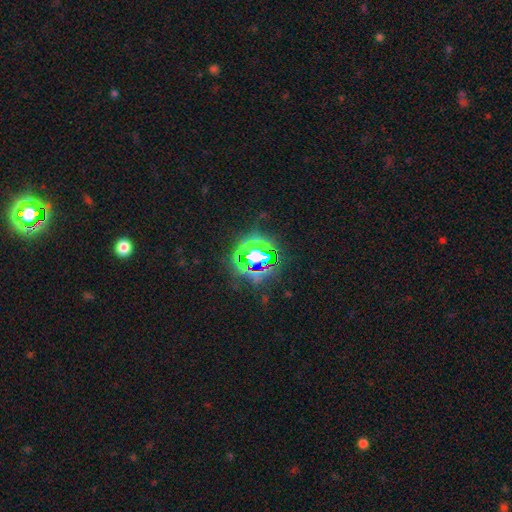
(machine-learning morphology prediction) Smooth or featured? Predicted: star or artifact (p=0.69).